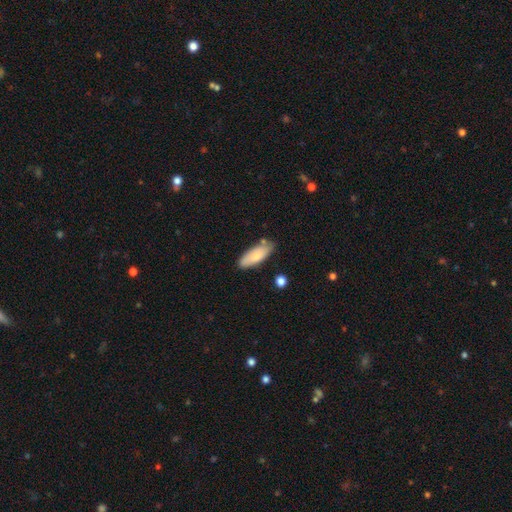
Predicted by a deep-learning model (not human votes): smooth_or_featured: smooth (p=0.79) [alt: featured or disk p=0.15]
how_rounded: in between (p=0.74) [alt: cigar-shaped p=0.25]
merging: none (p=0.77) [alt: minor disturbance p=0.16]